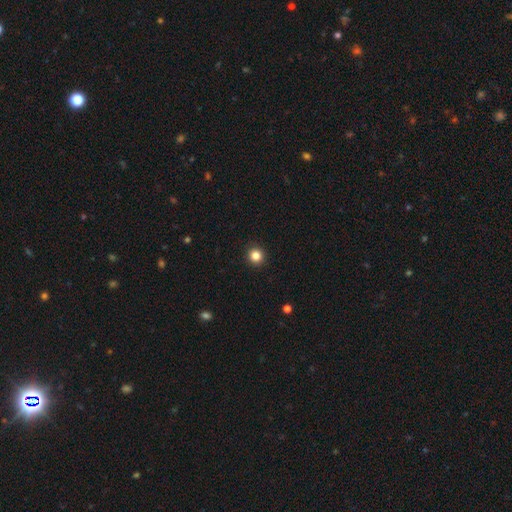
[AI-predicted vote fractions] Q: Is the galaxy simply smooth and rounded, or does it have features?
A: smooth — 84%.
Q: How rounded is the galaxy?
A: round — 94%.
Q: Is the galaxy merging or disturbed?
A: none — 93%.